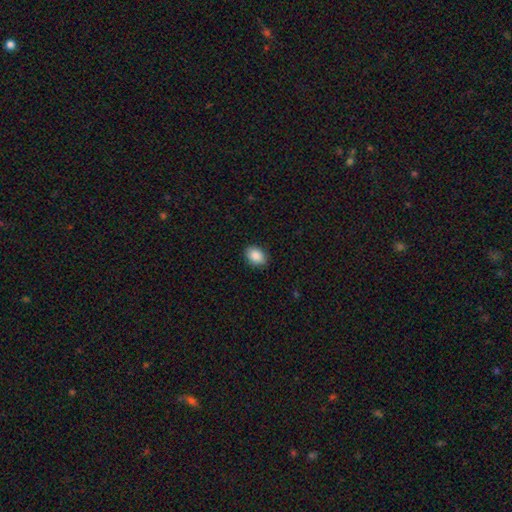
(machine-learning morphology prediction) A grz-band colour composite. It shows a smooth galaxy with no disk features (89%) that is in between round and cigar-shaped (81%). Merging: none (88%).